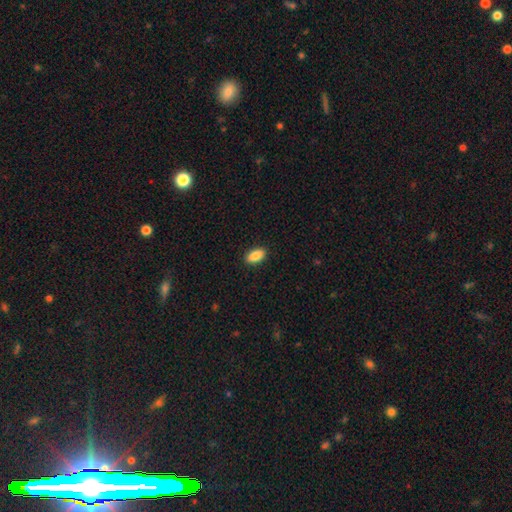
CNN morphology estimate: Smooth or featured: smooth — 87% (star or artifact — 7%)
How rounded: in between — 92% (round — 4%)
Merging: none — 90% (minor disturbance — 7%)